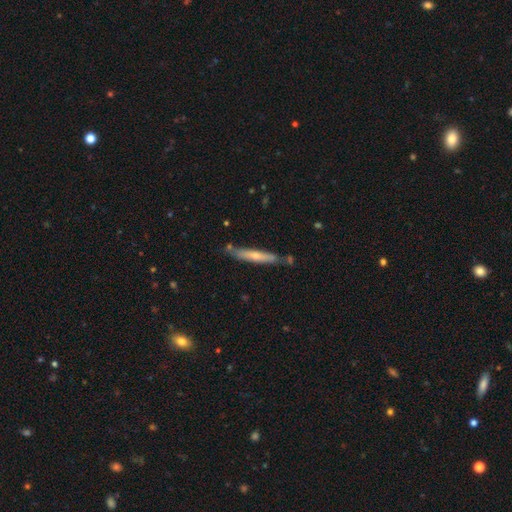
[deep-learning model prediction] smooth_or_featured: smooth (p=0.52) [alt: featured or disk p=0.42]
how_rounded: cigar-shaped (p=0.93) [alt: in between p=0.05]
merging: none (p=0.74) [alt: minor disturbance p=0.16]